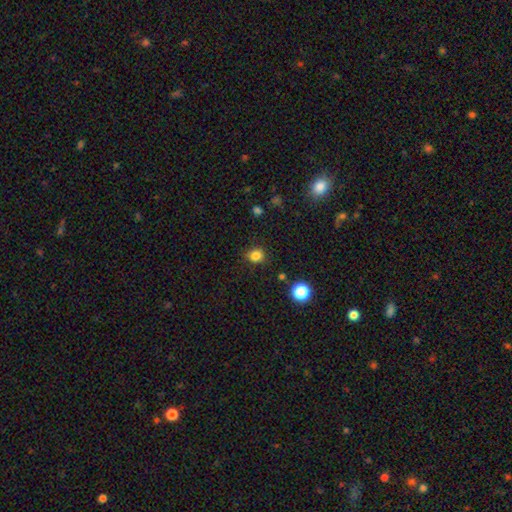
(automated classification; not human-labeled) A smooth galaxy with no disk features (83%) that is round (72%).

Vote fractions:
- Smooth or featured? smooth: 83% / star or artifact: 13% / featured or disk: 4%
- How rounded? round: 72% / in between: 27% / cigar-shaped: 1%
- Merging? none: 84% / minor disturbance: 11% / major disturbance: 3% / merger: 2%